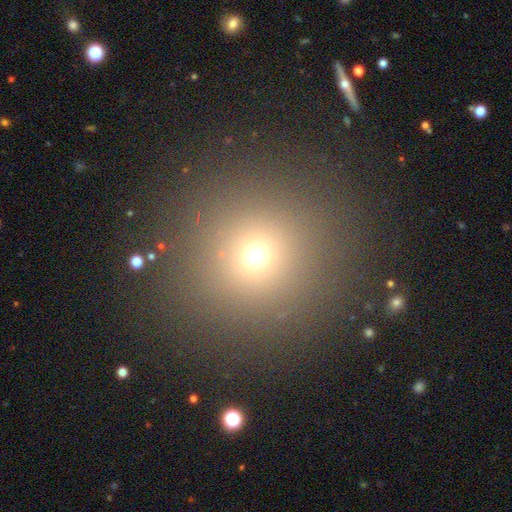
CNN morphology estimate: Smooth or featured? smooth (66%)
How rounded? round (94%)
Merging? none (89%)